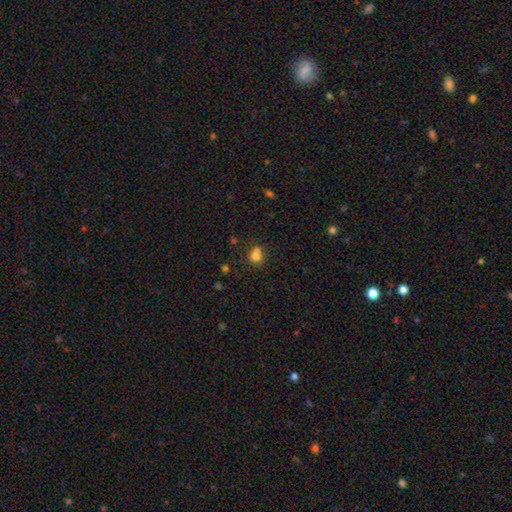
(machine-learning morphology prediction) A smooth galaxy with no disk features (77%) that is round (74%).

Vote fractions:
- Smooth or featured? smooth: 77% / star or artifact: 14% / featured or disk: 10%
- How rounded? round: 74% / in between: 25% / cigar-shaped: 1%
- Merging? none: 52% / merger: 29% / minor disturbance: 15% / major disturbance: 5%